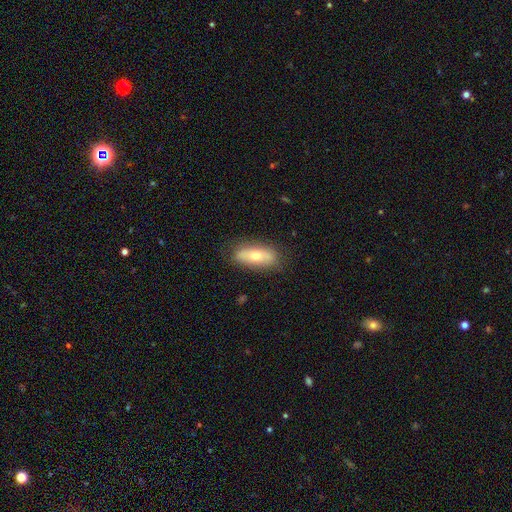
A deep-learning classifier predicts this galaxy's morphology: Q: Smooth or featured?
A: smooth (61%); runner-up: featured or disk (32%)
Q: How rounded?
A: in between (72%); runner-up: cigar-shaped (24%)
Q: Merging?
A: none (83%); runner-up: minor disturbance (13%)